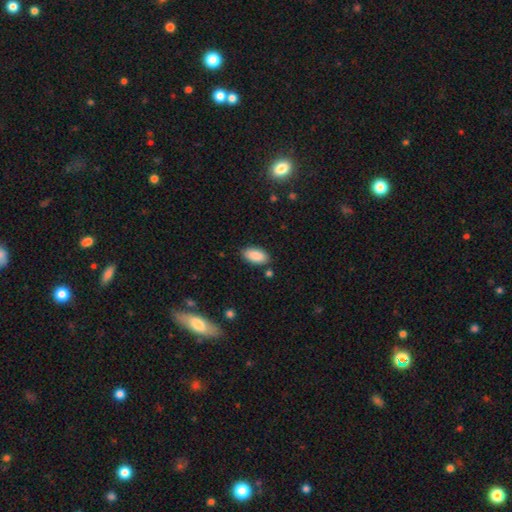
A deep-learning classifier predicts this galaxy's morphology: A smooth galaxy with no disk features (89%) that is in between round and cigar-shaped (94%). Merging: none (84%).